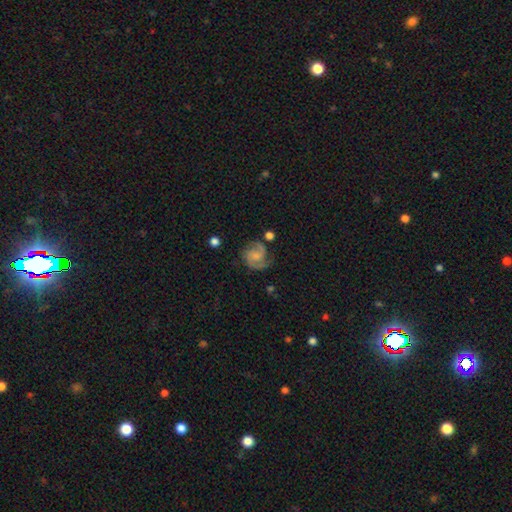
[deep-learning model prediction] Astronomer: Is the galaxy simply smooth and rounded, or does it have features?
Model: featured or disk — 81%.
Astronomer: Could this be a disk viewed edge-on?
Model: no — 98%.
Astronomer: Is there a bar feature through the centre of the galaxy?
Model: no — 60%.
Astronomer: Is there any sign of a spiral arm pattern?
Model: yes — 97%.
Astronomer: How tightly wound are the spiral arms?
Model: medium — 49% (runner-up: tight, 37%).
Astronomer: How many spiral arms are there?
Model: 2 — 78%.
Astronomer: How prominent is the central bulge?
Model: small — 44% (runner-up: none, 27%).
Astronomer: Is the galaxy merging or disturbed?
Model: none — 66%.